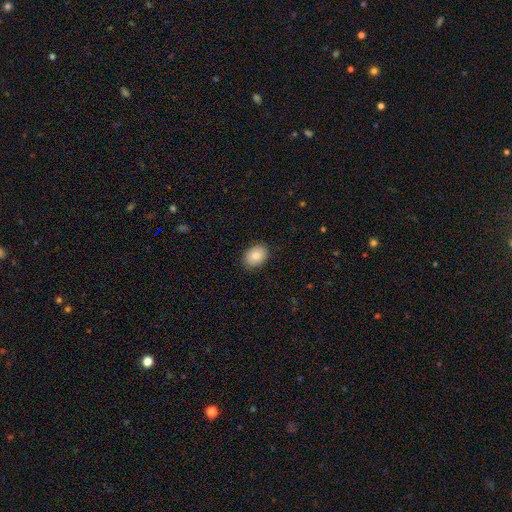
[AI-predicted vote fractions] Smooth or featured? smooth (83%)
How rounded? in between (66%)
Merging? none (87%)